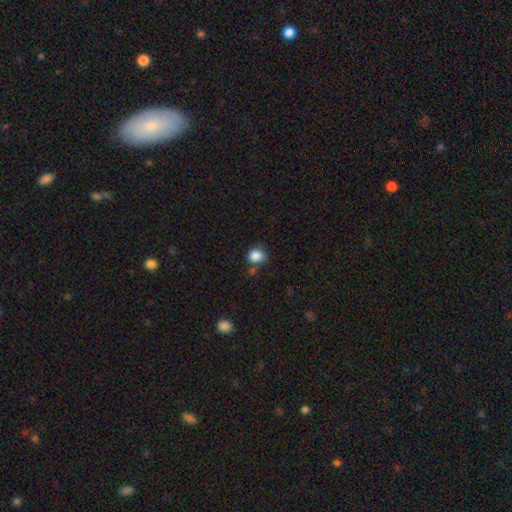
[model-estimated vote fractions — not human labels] Smooth or featured? Predicted: smooth (p=0.85). How rounded? Predicted: round (p=0.75). Merging? Predicted: none (p=0.66).